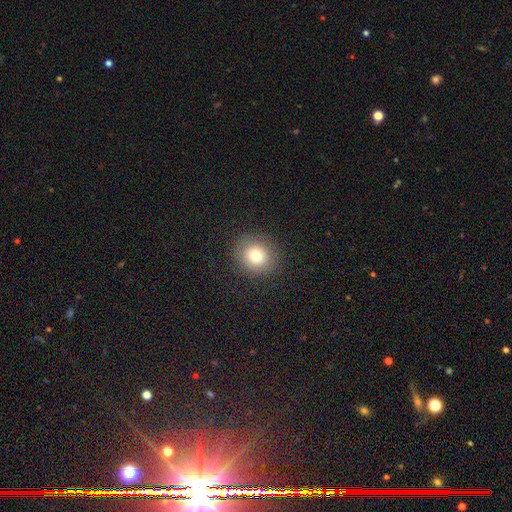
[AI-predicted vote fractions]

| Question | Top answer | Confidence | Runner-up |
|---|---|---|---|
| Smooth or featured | smooth | 76% | featured or disk (13%) |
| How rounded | round | 85% | in between (14%) |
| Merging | none | 85% | minor disturbance (9%) |